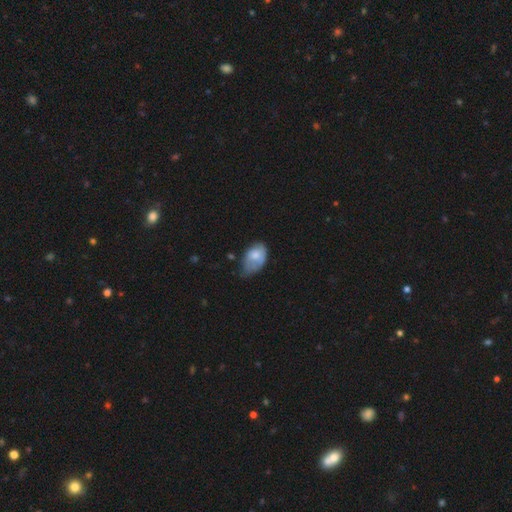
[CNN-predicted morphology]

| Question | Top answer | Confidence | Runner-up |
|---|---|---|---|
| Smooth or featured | smooth | 69% | featured or disk (24%) |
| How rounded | in between | 88% | round (10%) |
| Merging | minor disturbance | 48% | none (27%) |